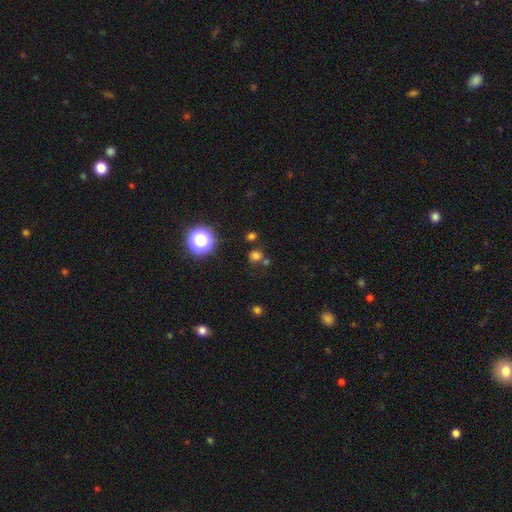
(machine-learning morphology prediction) smooth_or_featured: smooth (p=0.67) [alt: star or artifact p=0.27]
how_rounded: round (p=0.85) [alt: in between p=0.14]
merging: none (p=0.72) [alt: merger p=0.14]